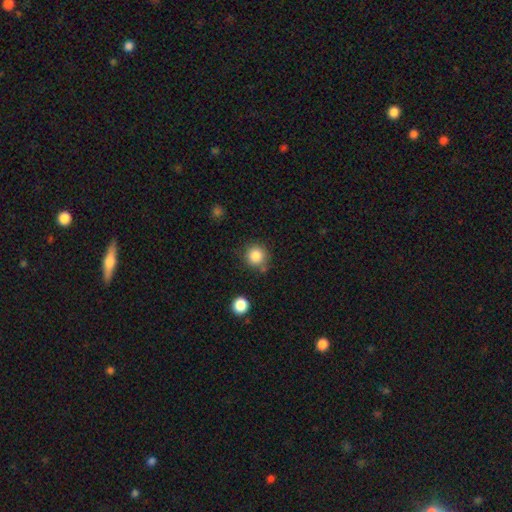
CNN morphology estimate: The model was most divided on "merging": none: 78%, minor disturbance: 12%, merger: 7%, major disturbance: 4%. More confident: how rounded — round (93%); smooth or featured — smooth (85%).